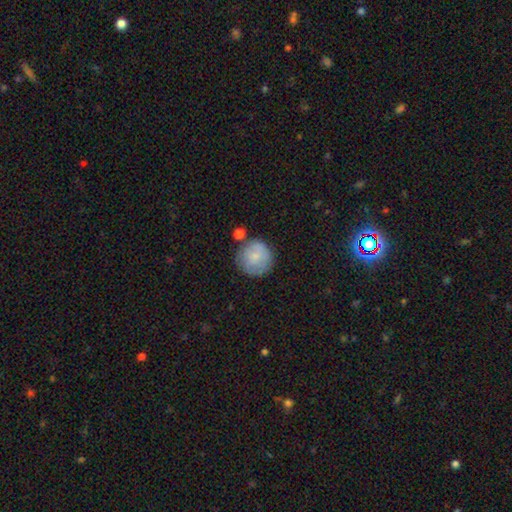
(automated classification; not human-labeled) smooth-or-featured: smooth: 75% | featured or disk: 18% | star or artifact: 7%
  how-rounded: round: 94% | in between: 5% | cigar-shaped: 1%
  merging: none: 72% | minor disturbance: 16% | merger: 7% | major disturbance: 5%